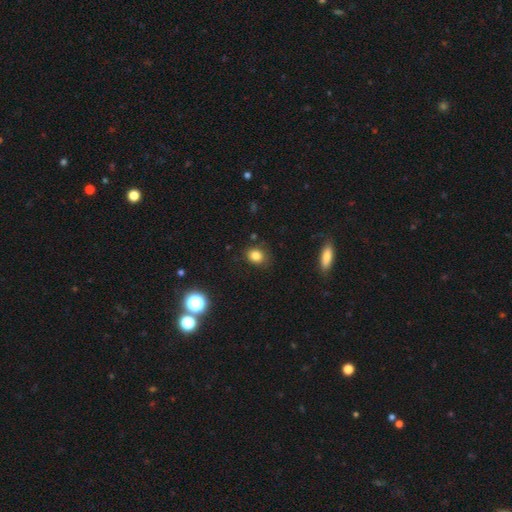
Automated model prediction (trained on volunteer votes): Morphology: type=smooth (83%); roundness=round (58%); merging=none (79%).